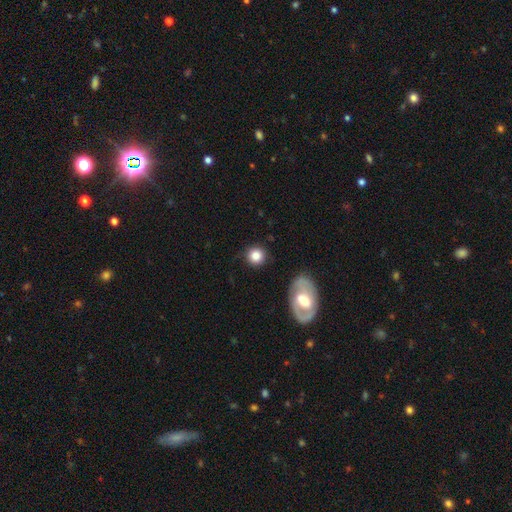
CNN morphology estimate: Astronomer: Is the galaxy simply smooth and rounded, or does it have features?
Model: smooth — 82%.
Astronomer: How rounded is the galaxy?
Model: round — 90%.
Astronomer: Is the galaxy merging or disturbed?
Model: none — 86%.